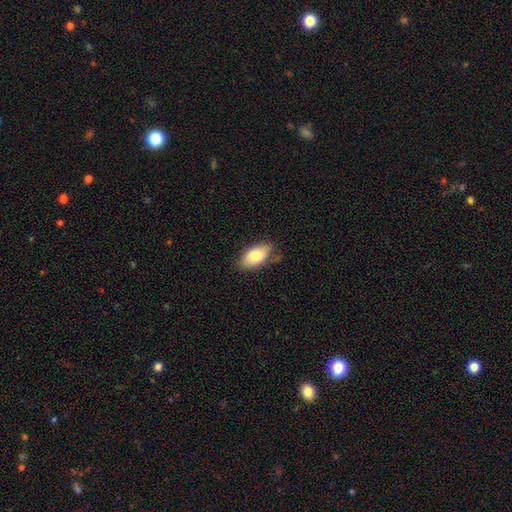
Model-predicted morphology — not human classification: Smooth or featured?
  - smooth: 78% *
  - featured or disk: 15%
  - star or artifact: 7%
How rounded?
  - in between: 93% *
  - round: 4%
  - cigar-shaped: 3%
Merging?
  - none: 75% *
  - minor disturbance: 20%
  - major disturbance: 4%
  - merger: 2%